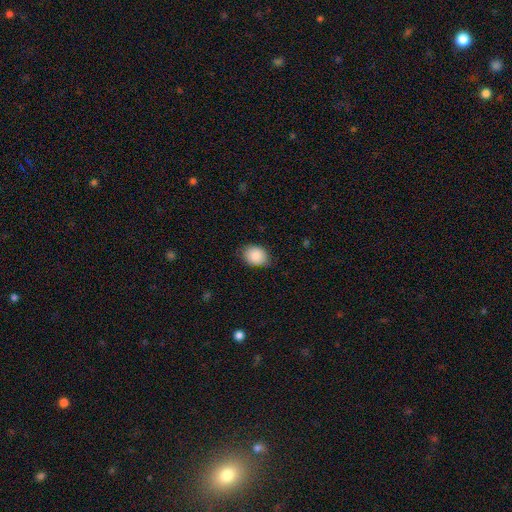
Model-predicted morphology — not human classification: smooth 89%, star or artifact 7%, featured or disk 4%. Down the decision tree: how rounded — in between (60%); merging — none (77%).